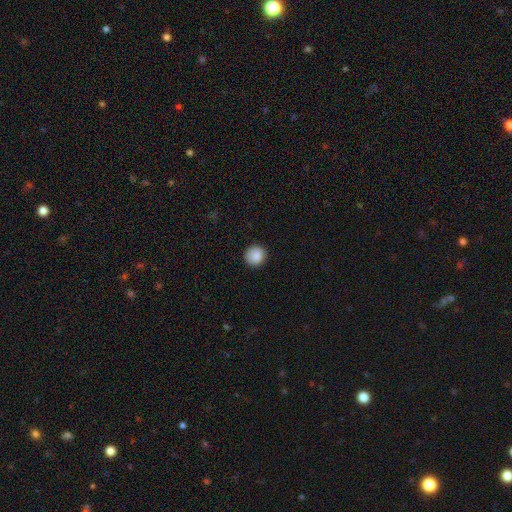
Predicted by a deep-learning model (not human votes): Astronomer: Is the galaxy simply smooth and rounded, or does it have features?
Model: smooth — 88%.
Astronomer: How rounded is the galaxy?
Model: round — 94%.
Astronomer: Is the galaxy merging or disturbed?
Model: none — 90%.